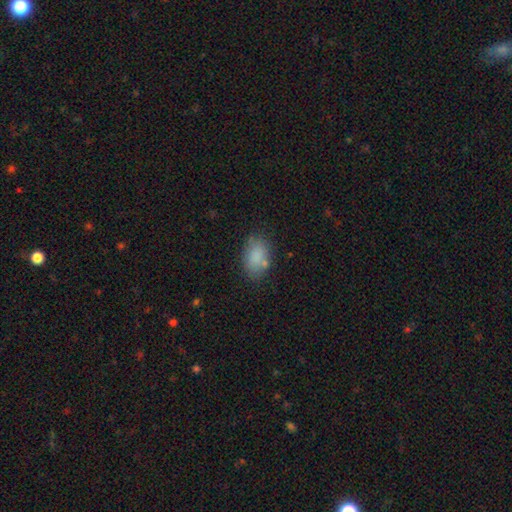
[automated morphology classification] smooth-or-featured: smooth: 83% | star or artifact: 9% | featured or disk: 8%
  how-rounded: in between: 86% | round: 12% | cigar-shaped: 2%
  merging: none: 71% | minor disturbance: 18% | merger: 7% | major disturbance: 5%